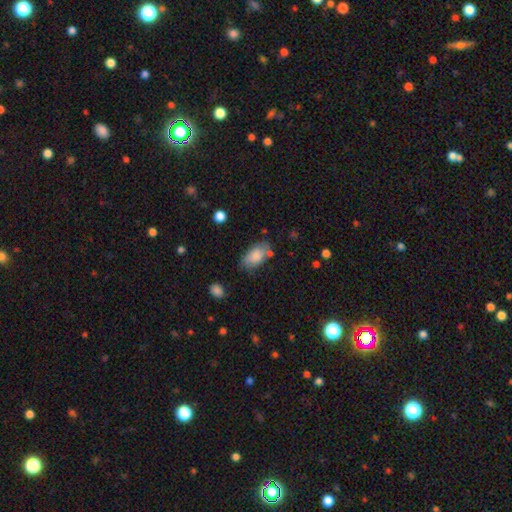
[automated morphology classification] A smooth galaxy with no disk features (83%) that is in between round and cigar-shaped (93%). Merging: none (65%).